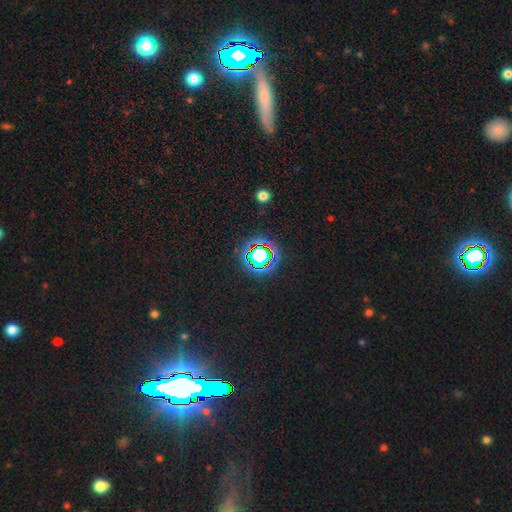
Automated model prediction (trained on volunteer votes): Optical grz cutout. It shows a star or artifact, not a galaxy (74%).